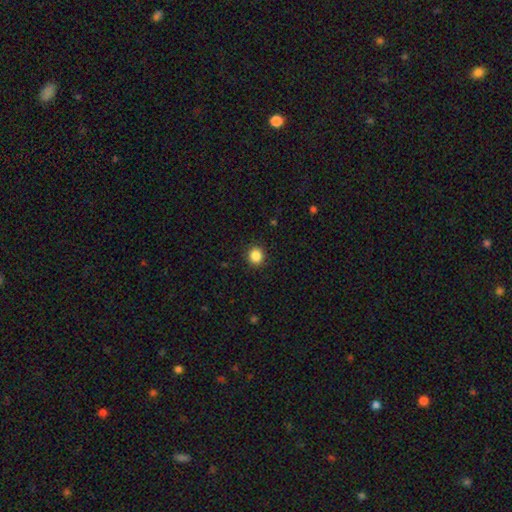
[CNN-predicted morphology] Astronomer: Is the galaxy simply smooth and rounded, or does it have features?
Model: smooth — 86%.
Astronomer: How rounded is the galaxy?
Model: round — 86%.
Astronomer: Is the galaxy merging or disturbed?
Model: none — 91%.